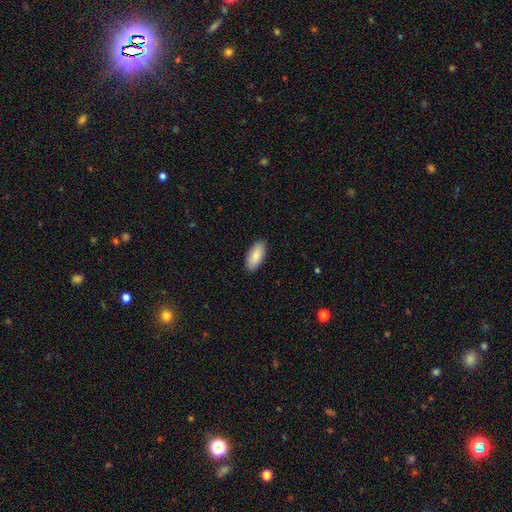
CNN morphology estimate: The model was most divided on "smooth or featured": smooth: 86%, featured or disk: 8%, star or artifact: 6%. More confident: how rounded — in between (90%); merging — none (90%).